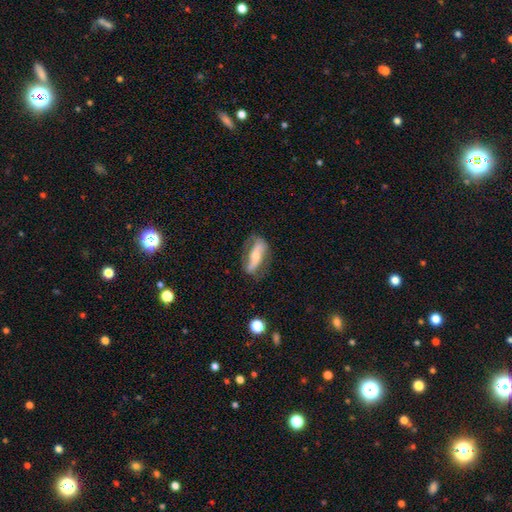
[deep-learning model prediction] smooth-or-featured: featured or disk: 61% | smooth: 33% | star or artifact: 6%
  disk-edge-on: no: 73% | yes: 27%
  merging: none: 64% | minor disturbance: 22% | major disturbance: 11% | merger: 2%